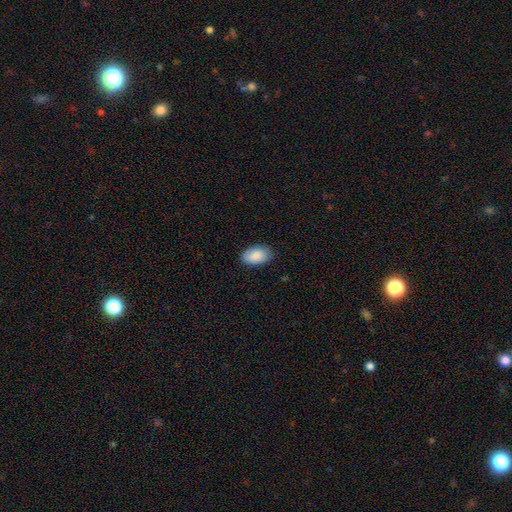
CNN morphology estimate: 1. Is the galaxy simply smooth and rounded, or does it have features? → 89% smooth, 6% star or artifact, 5% featured or disk.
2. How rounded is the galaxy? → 94% in between, 5% round, 1% cigar-shaped.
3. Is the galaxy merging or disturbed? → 86% none, 11% minor disturbance, 2% major disturbance, 1% merger.